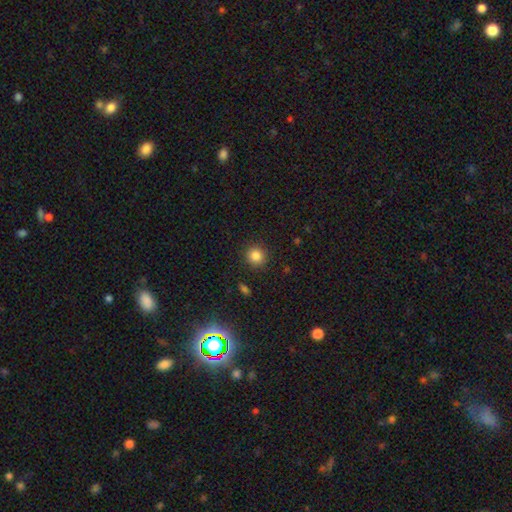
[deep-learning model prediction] Smooth or featured? smooth (83%)
How rounded? round (92%)
Merging? none (90%)